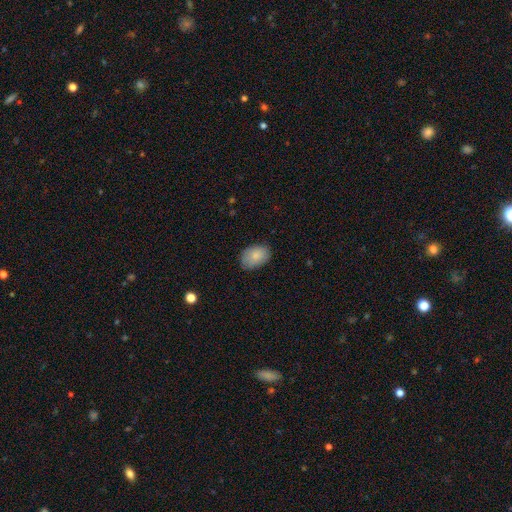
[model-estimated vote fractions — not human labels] Smooth or featured? smooth (85%)
How rounded? in between (85%)
Merging? none (79%)